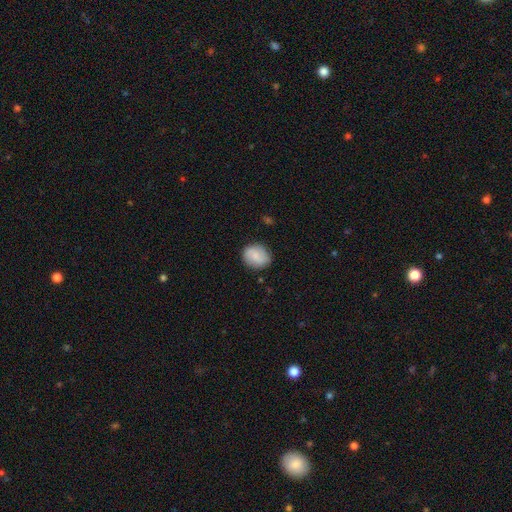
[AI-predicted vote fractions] This is likely a smooth galaxy (74%). How rounded: likely round (66%). Merging: clearly none (83%).